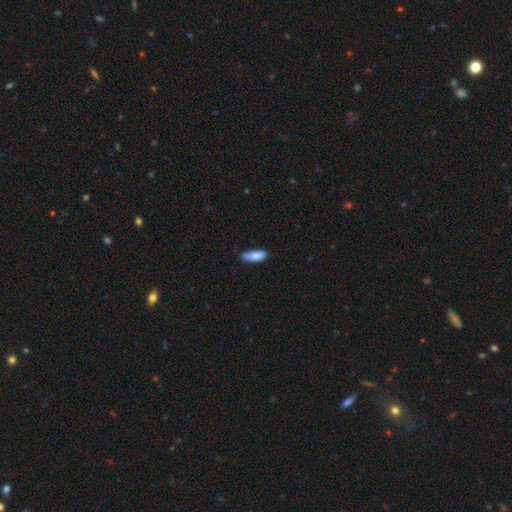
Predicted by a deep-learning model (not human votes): Morphology: type=smooth (85%); roundness=in between (63%); merging=none (66%).